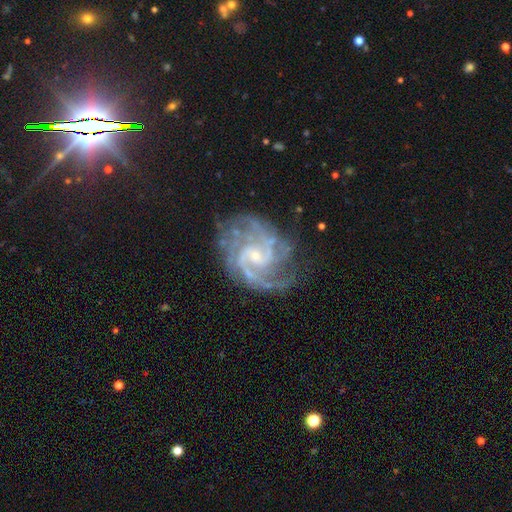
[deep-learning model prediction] Smooth or featured?
  - featured or disk: 92% *
  - star or artifact: 5%
  - smooth: 3%
Edge-on disk?
  - no: 98% *
  - yes: 2%
Bar?
  - no: 52% *
  - weak: 39%
  - strong: 9%
Spiral arms?
  - yes: 98% *
  - no: 2%
Spiral winding?
  - medium: 52% *
  - tight: 37%
  - loose: 11%
Spiral arm count?
  - 2: 51% *
  - 3: 18%
  - can't tell: 12%
  - 4: 7%
  - 1: 6%
  - more than 4: 6%
Bulge size?
  - small: 77% *
  - moderate: 17%
  - none: 3%
  - large: 1%
  - dominant: 1%
Merging?
  - none: 68% *
  - minor disturbance: 19%
  - major disturbance: 11%
  - merger: 2%